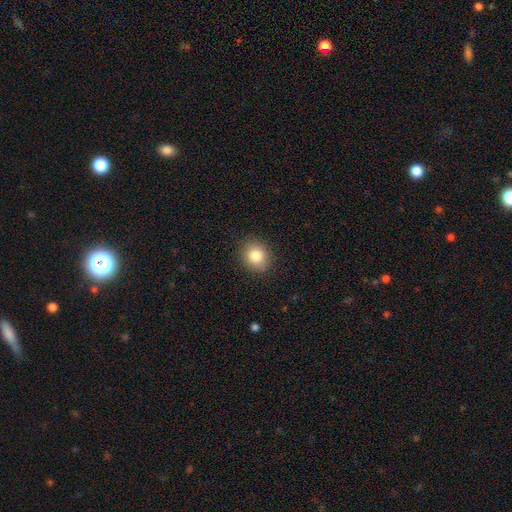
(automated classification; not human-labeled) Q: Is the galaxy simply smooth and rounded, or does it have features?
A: smooth — 84%.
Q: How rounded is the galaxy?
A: round — 71%.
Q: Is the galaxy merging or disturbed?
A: none — 87%.